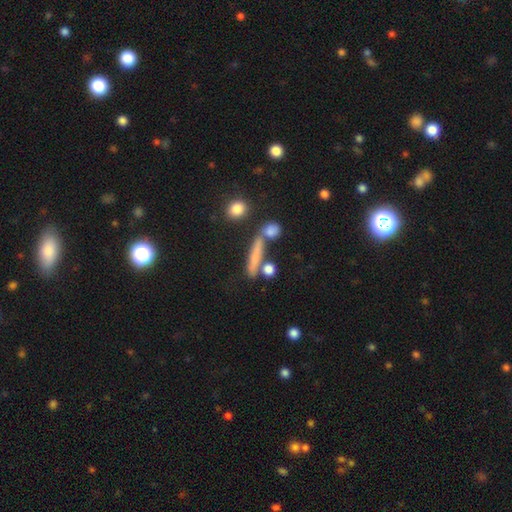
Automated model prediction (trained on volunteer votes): Morphology: type=smooth (59%); roundness=cigar-shaped (81%); merging=none (65%).